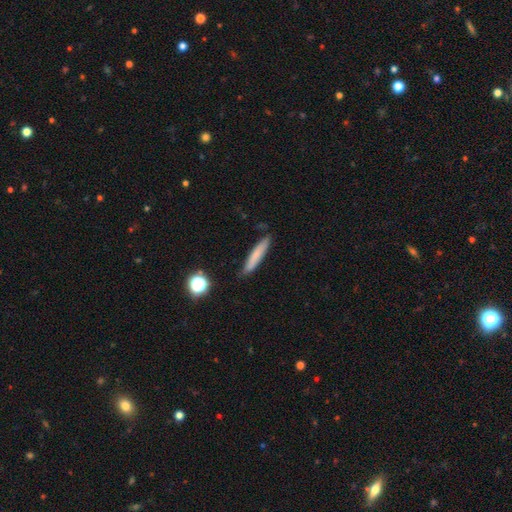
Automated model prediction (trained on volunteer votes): This is likely a smooth galaxy (73%). How rounded: clearly cigar-shaped (92%). Merging: clearly none (83%).